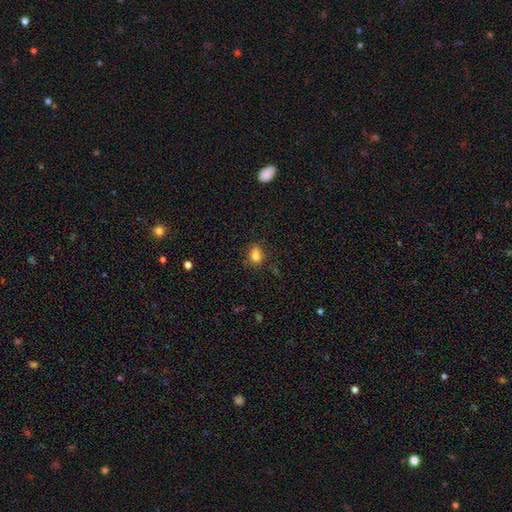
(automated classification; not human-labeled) smooth 80%, star or artifact 13%, featured or disk 7%. Down the decision tree: how rounded — in between (58%); merging — none (69%).